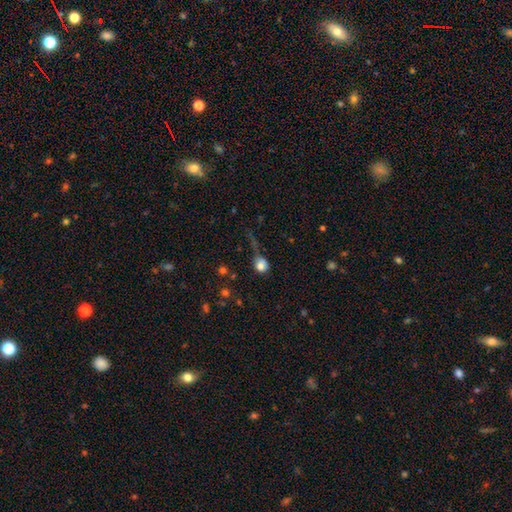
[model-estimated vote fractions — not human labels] Q: Smooth or featured?
A: star or artifact (48%); runner-up: smooth (32%)